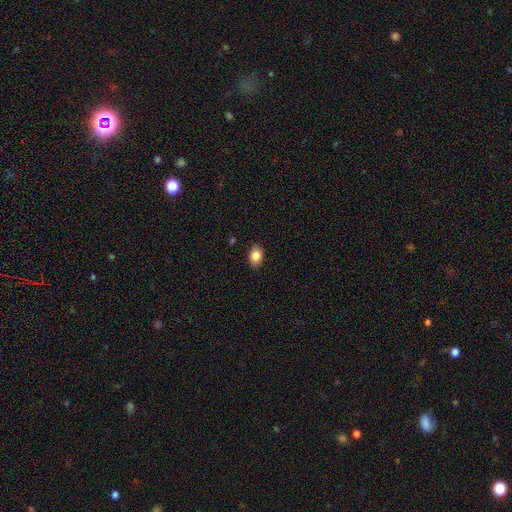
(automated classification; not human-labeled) Overall: smooth (85%). How rounded: in between (69%; round 30%). Merging: none (88%).